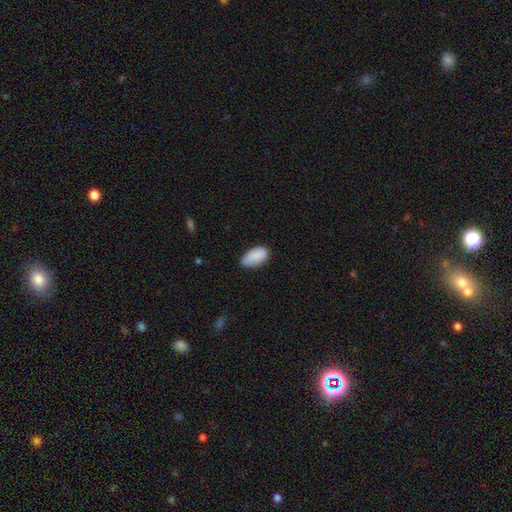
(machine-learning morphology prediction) smooth_or_featured: smooth (p=0.88) [alt: star or artifact p=0.07]
how_rounded: in between (p=0.94) [alt: round p=0.03]
merging: none (p=0.70) [alt: minor disturbance p=0.24]